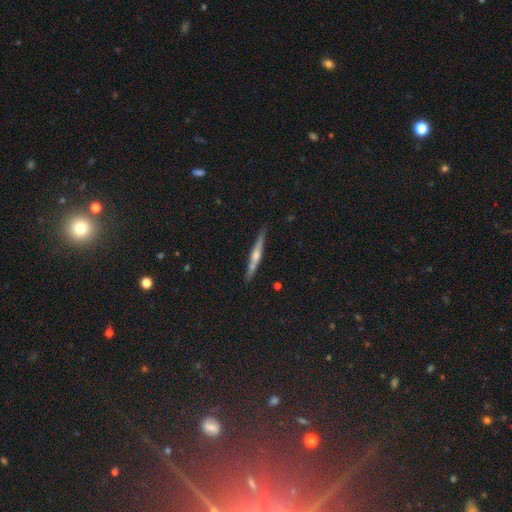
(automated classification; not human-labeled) Smooth or featured? Predicted: featured or disk (p=0.67). Edge-on disk? Predicted: yes (p=0.97). Edge-on bulge? Predicted: rounded (p=0.75). Merging? Predicted: none (p=0.89).